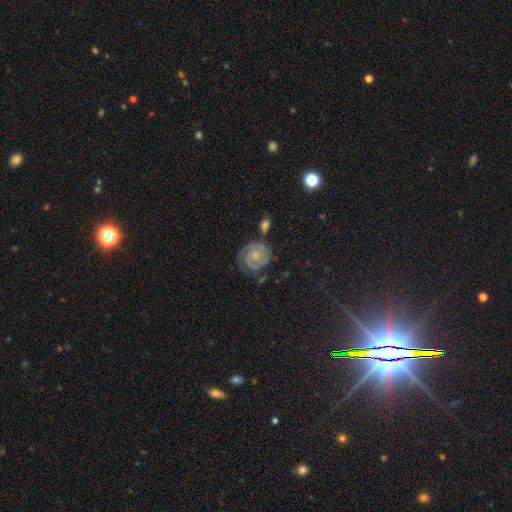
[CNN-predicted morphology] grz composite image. It shows a featured or disk galaxy (81%) with no bar (70%), 2 (63%) tight (68%) spiral arms (96%) and a small central bulge (63%). Merging: none (66%).